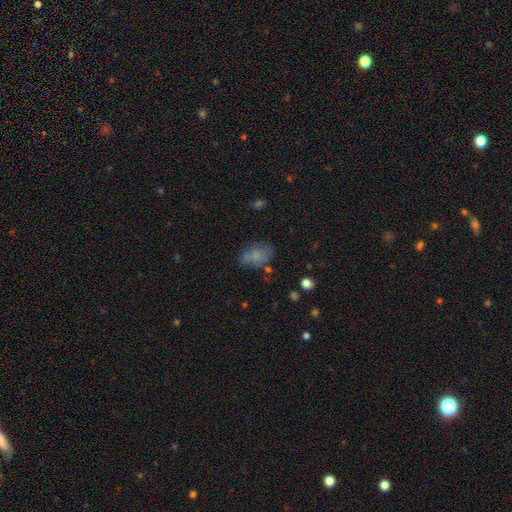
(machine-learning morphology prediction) The model was most divided on "merging": none: 58%, minor disturbance: 23%, major disturbance: 11%, merger: 8%. More confident: how rounded — in between (84%); smooth or featured — smooth (71%).